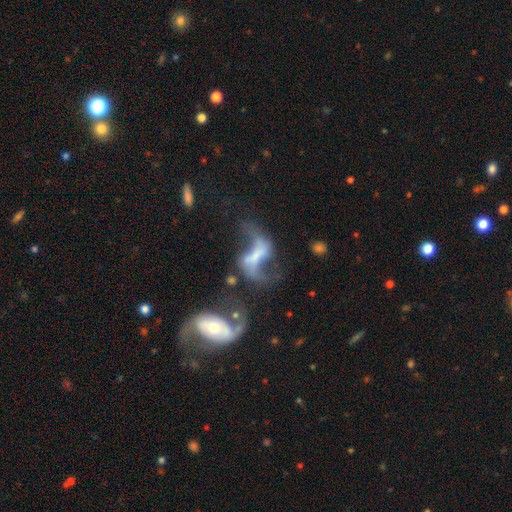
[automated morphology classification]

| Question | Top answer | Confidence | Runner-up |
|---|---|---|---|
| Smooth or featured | featured or disk | 80% | smooth (11%) |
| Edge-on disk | no | 96% | yes (4%) |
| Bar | strong | 40% | weak (35%) |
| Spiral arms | yes | 88% | no (12%) |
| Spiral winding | loose | 85% | medium (12%) |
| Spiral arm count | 2 | 89% | 1 (4%) |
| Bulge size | none | 41% | small (27%) |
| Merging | none | 37% | merger (28%) |